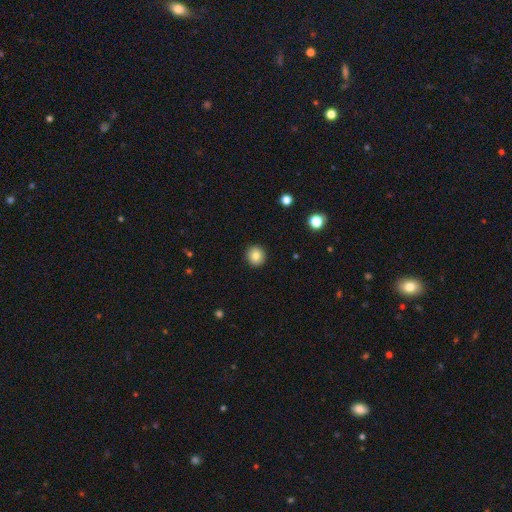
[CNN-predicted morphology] smooth 83%, star or artifact 10%, featured or disk 7%. Down the decision tree: how rounded — round (89%); merging — none (92%).